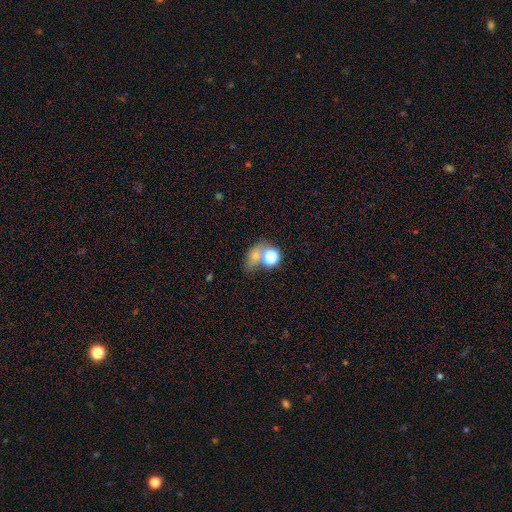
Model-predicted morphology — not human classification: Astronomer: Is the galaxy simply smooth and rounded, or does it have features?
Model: smooth — 60%.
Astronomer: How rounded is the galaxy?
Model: in between — 51% (runner-up: round, 45%).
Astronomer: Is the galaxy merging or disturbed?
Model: none — 46% (runner-up: merger, 32%).